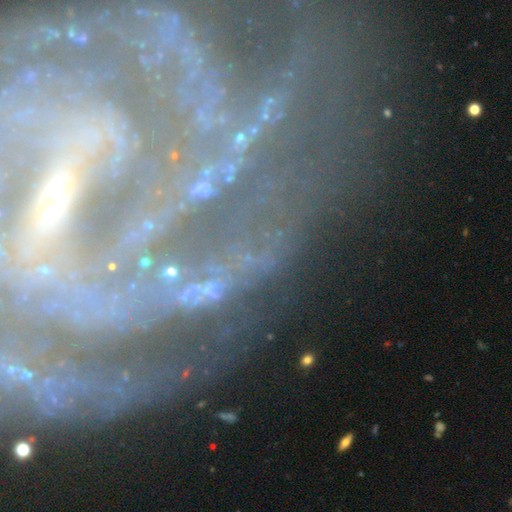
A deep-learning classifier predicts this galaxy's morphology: This is likely a featured or disk galaxy (64%). It is clearly not viewed edge-on (92%). Bar: marginally no (37%). Spiral arm pattern: clearly yes (85%). Spiral arm count: marginally can't tell (28%). Spiral winding: likely tight (64%). Central bulge: possibly small (57%). Merging: likely none (65%).